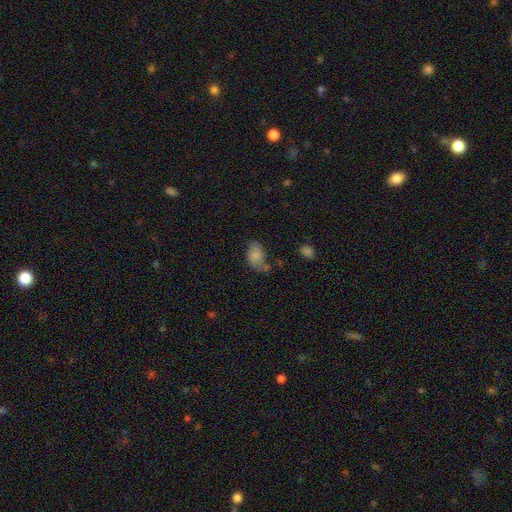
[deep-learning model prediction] smooth-or-featured: smooth: 78% | featured or disk: 13% | star or artifact: 9%
  how-rounded: in between: 89% | round: 9% | cigar-shaped: 2%
  merging: none: 48% | minor disturbance: 29% | merger: 12% | major disturbance: 11%